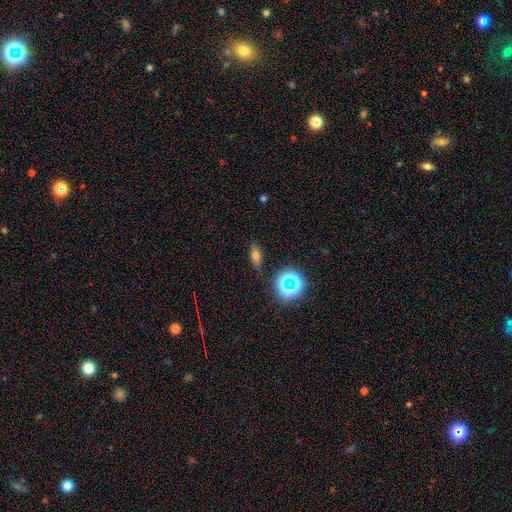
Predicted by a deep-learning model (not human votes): A smooth galaxy with no disk features (63%) that is in between round and cigar-shaped (69%). Merging: none (84%).